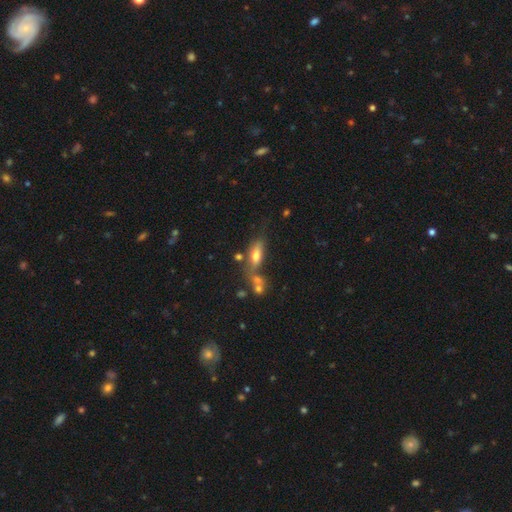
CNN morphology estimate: smooth-or-featured: smooth: 64% | featured or disk: 26% | star or artifact: 10%
  how-rounded: in between: 69% | cigar-shaped: 27% | round: 5%
  merging: none: 46% | merger: 27% | minor disturbance: 17% | major disturbance: 10%